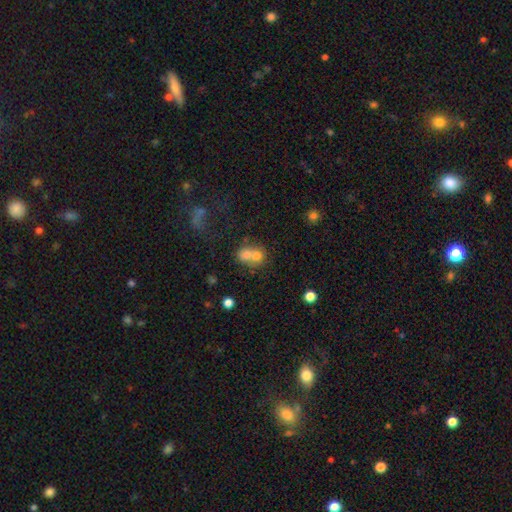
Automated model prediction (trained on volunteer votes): smooth-or-featured: smooth: 68% | featured or disk: 20% | star or artifact: 12%
  how-rounded: round: 64% | in between: 34% | cigar-shaped: 1%
  merging: merger: 68% | none: 22% | minor disturbance: 6% | major disturbance: 4%